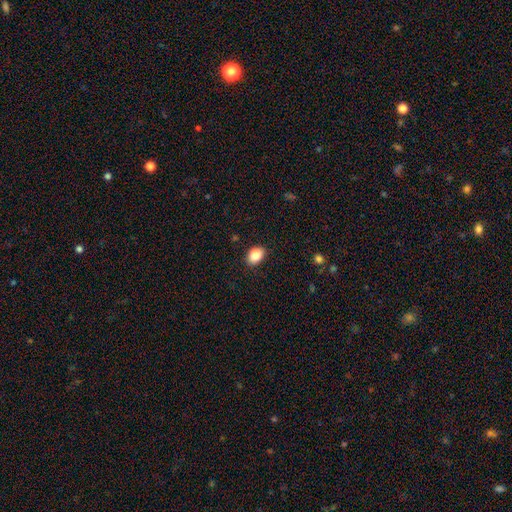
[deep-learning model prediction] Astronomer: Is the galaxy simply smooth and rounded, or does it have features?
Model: smooth — 86%.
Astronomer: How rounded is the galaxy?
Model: in between — 78%.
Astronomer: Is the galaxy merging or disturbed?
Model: none — 87%.